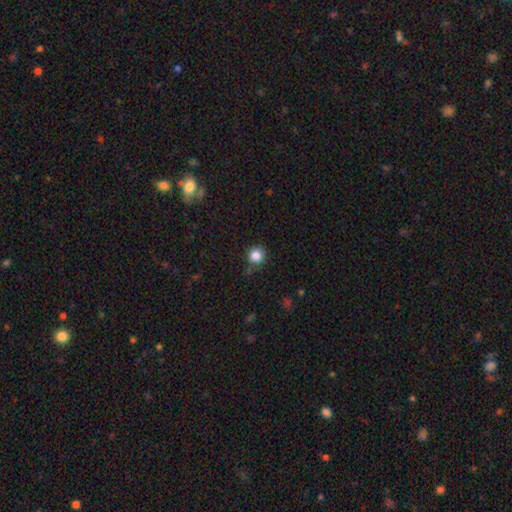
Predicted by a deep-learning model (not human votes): Overall: smooth (85%). How rounded: round (92%). Merging: none (80%).